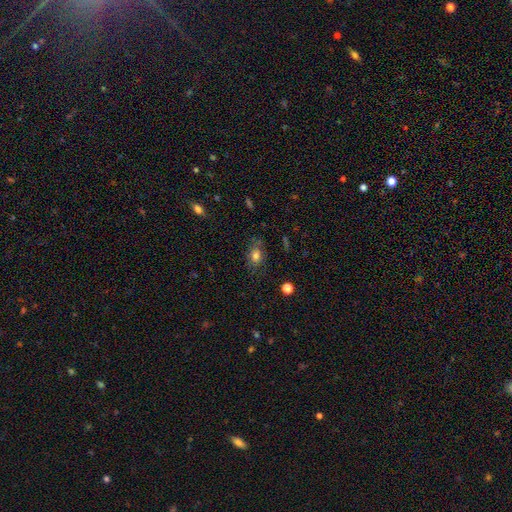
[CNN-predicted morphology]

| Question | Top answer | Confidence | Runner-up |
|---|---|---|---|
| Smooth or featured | smooth | 76% | star or artifact (13%) |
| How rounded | in between | 69% | round (29%) |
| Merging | none | 73% | minor disturbance (18%) |